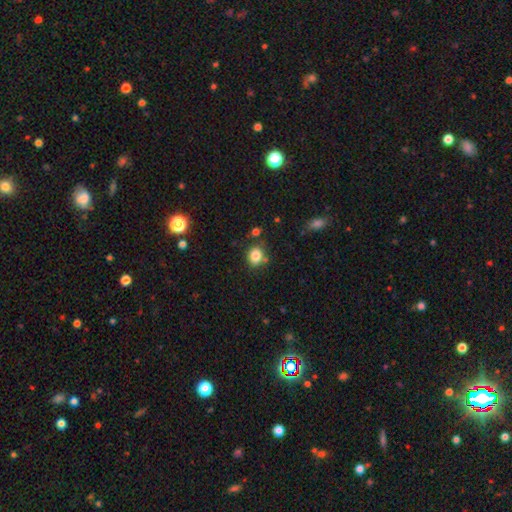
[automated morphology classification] Q: Smooth or featured?
A: smooth (83%); runner-up: star or artifact (11%)
Q: How rounded?
A: round (60%); runner-up: in between (39%)
Q: Merging?
A: none (76%); runner-up: minor disturbance (13%)